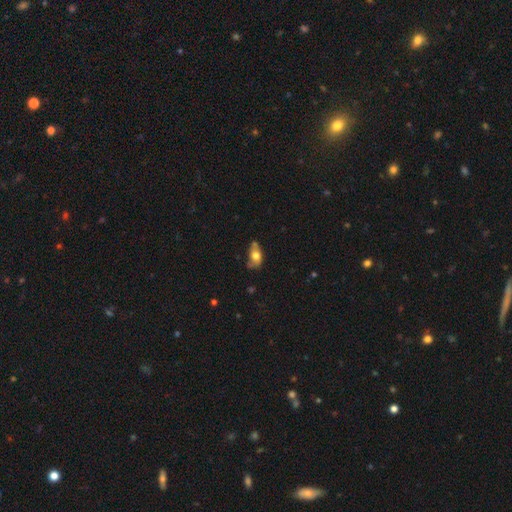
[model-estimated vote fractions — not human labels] The model was most divided on "merging": none: 43%, minor disturbance: 33%, major disturbance: 14%, merger: 11%. More confident: how rounded — in between (85%); smooth or featured — smooth (62%).